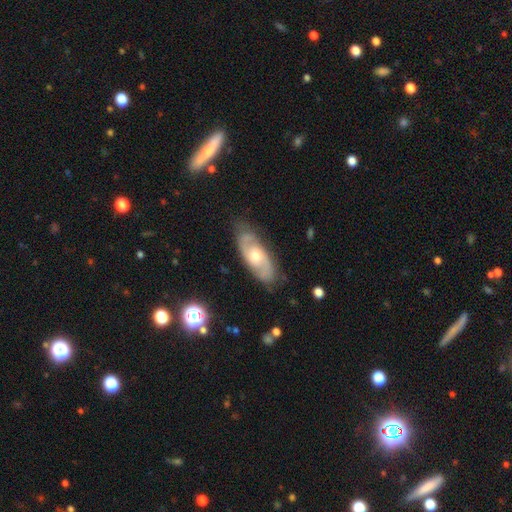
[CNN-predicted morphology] The model was most divided on "spiral winding": medium: 46%, tight: 36%, loose: 18%. More confident: edge-on disk — no (90%); spiral arms — yes (88%); merging — none (79%); spiral arm count — 2 (78%); smooth or featured — featured or disk (75%); bar — no (68%); bulge size — moderate (61%).